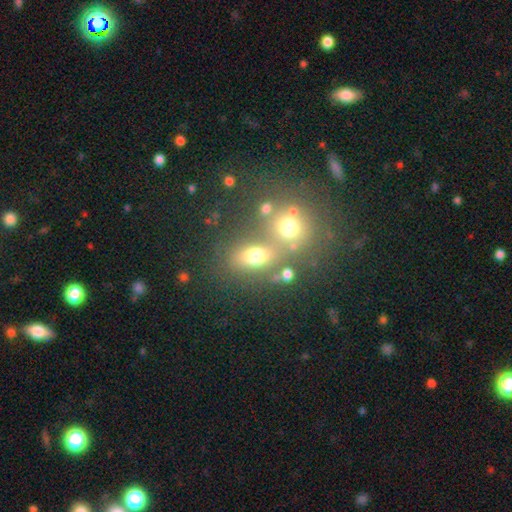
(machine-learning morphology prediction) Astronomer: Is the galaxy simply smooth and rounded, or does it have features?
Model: smooth — 70%.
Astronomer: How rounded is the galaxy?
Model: in between — 58% (runner-up: round, 39%).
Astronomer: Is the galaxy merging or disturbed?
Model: none — 46% (runner-up: merger, 37%).